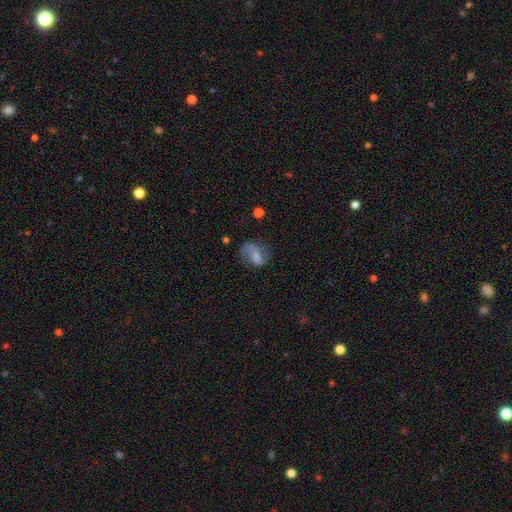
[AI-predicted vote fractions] smooth-or-featured: featured or disk: 67% | smooth: 24% | star or artifact: 9%
  disk-edge-on: no: 97% | yes: 3%
    bar: weak: 48% | no: 29% | strong: 22%
    has-spiral-arms: yes: 90% | no: 10%
      spiral-winding: loose: 65% | medium: 28% | tight: 7%
      spiral-arm-count: 2: 84% | 1: 9% | can't tell: 5% | 3: 1% | 4: 1% | more than 4: 1%
    bulge-size: small: 33% | none: 32% | moderate: 28% | large: 6% | dominant: 2%
  merging: none: 64% | minor disturbance: 20% | major disturbance: 13% | merger: 3%